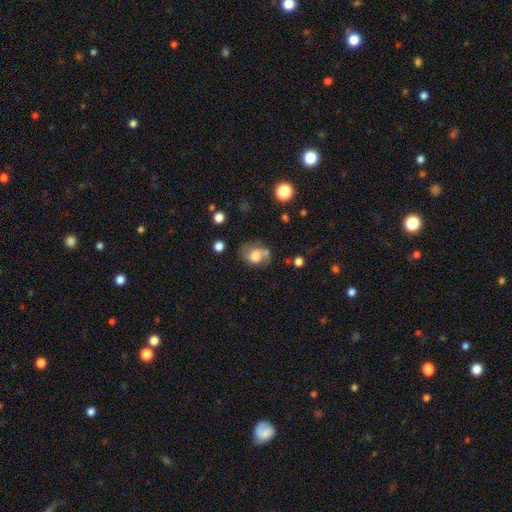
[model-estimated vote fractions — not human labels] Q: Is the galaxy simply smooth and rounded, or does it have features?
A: smooth — 66%.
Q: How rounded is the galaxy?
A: in between — 55%.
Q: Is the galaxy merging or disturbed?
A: none — 40%.